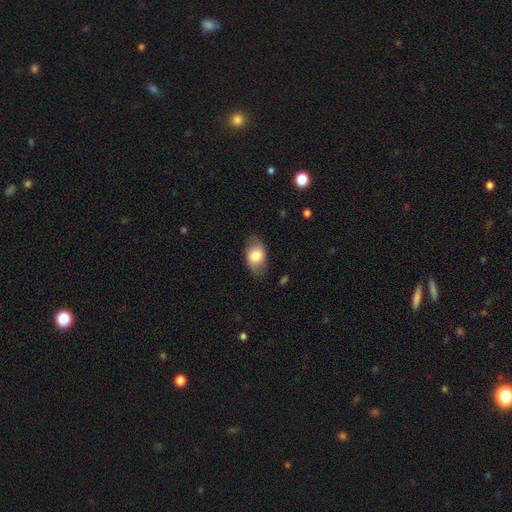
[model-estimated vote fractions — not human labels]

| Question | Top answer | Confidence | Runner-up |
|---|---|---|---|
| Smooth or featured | smooth | 75% | featured or disk (19%) |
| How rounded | in between | 88% | round (10%) |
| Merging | none | 78% | minor disturbance (16%) |